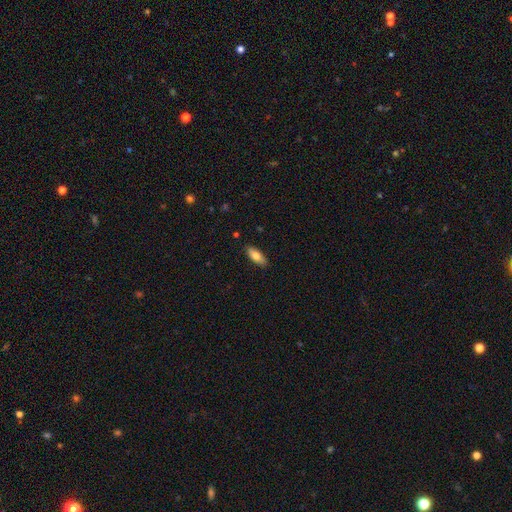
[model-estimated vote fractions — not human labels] Smooth or featured? Predicted: smooth (p=0.80). How rounded? Predicted: in between (p=0.71). Merging? Predicted: none (p=0.87).